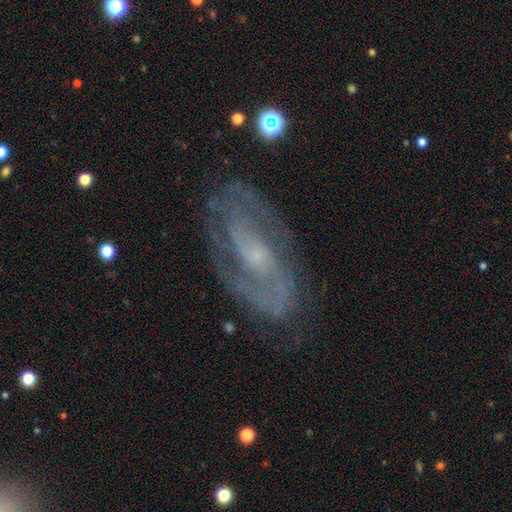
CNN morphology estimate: The model was most divided on "bar" (2-way tie): no: 43%, weak: 43%, strong: 15%. Remaining: edge-on disk — no (95%); spiral arms — yes (93%); smooth or featured — featured or disk (84%); merging — none (78%); spiral arm count — 2 (72%); bulge size — small (64%); spiral winding — tight (44%).